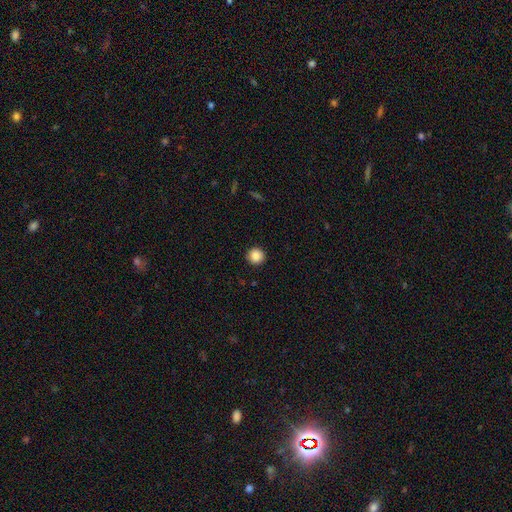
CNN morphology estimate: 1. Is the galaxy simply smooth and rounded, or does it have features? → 88% smooth, 10% star or artifact, 3% featured or disk.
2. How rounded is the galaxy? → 95% round, 4% in between, 1% cigar-shaped.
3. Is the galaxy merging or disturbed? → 92% none, 5% minor disturbance, 2% major disturbance, 1% merger.